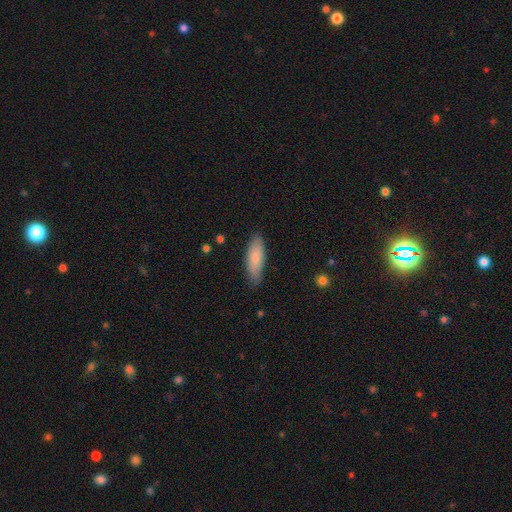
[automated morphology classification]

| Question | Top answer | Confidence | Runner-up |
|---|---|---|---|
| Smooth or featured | smooth | 80% | featured or disk (14%) |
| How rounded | in between | 59% | cigar-shaped (39%) |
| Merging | none | 81% | minor disturbance (16%) |